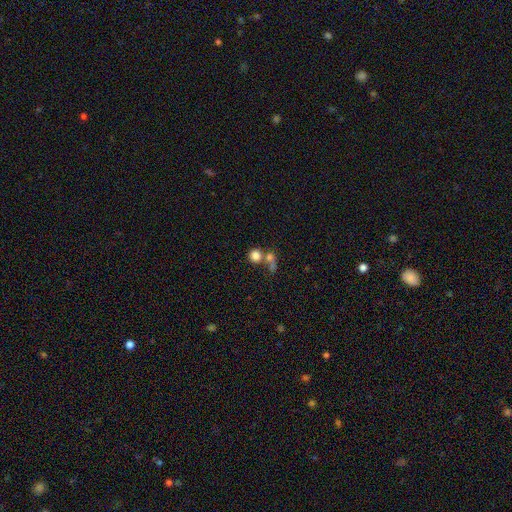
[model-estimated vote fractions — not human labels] smooth-or-featured: smooth: 79% | star or artifact: 10% | featured or disk: 10%
  how-rounded: round: 88% | in between: 11% | cigar-shaped: 1%
  merging: merger: 43% | none: 42% | minor disturbance: 8% | major disturbance: 7%